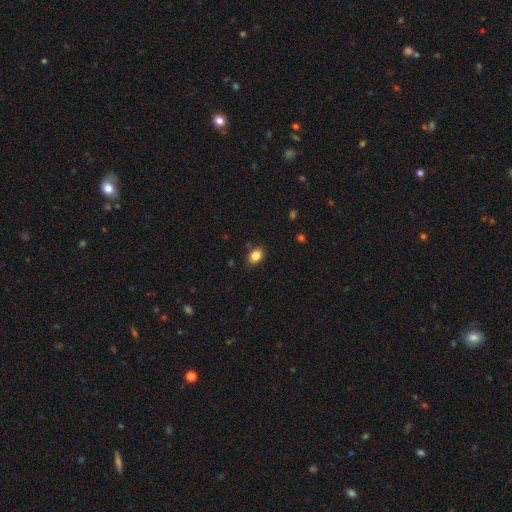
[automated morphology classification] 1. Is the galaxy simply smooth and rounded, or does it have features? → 85% smooth, 10% star or artifact, 6% featured or disk.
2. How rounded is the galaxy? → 74% in between, 25% round, 1% cigar-shaped.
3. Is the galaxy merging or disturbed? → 85% none, 11% minor disturbance, 2% major disturbance, 2% merger.